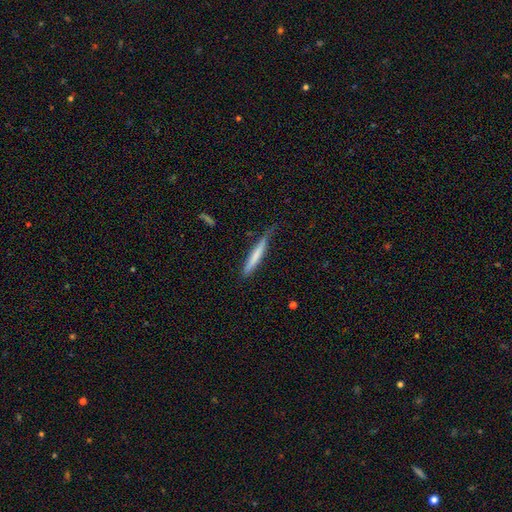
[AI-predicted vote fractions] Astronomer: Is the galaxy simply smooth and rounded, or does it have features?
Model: smooth — 66%.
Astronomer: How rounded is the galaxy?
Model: cigar-shaped — 95%.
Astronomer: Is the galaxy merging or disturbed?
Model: none — 61%.